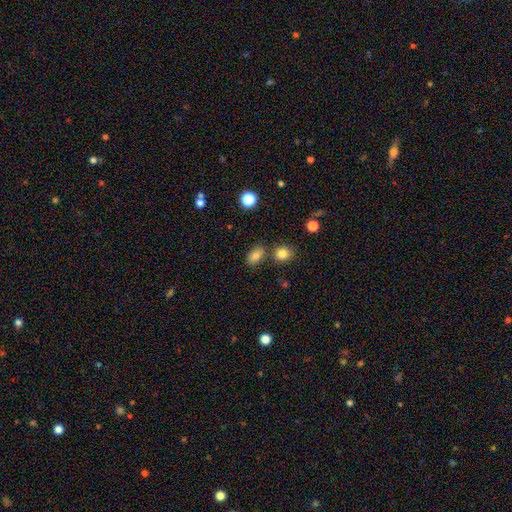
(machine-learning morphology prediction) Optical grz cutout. It shows a smooth galaxy with no disk features (80%) that is in between round and cigar-shaped (82%). Merging: none (73%).